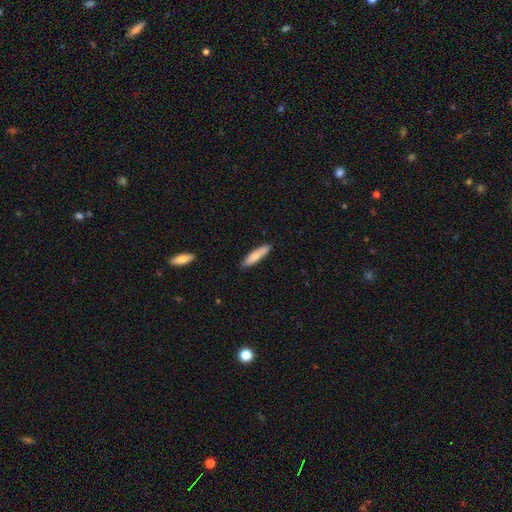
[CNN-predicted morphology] A smooth galaxy with no disk features (77%) that is cigar-shaped (78%).

Vote fractions:
- Smooth or featured? smooth: 77% / featured or disk: 17% / star or artifact: 6%
- How rounded? cigar-shaped: 78% / in between: 21% / round: 1%
- Merging? none: 87% / minor disturbance: 10% / major disturbance: 2% / merger: 1%